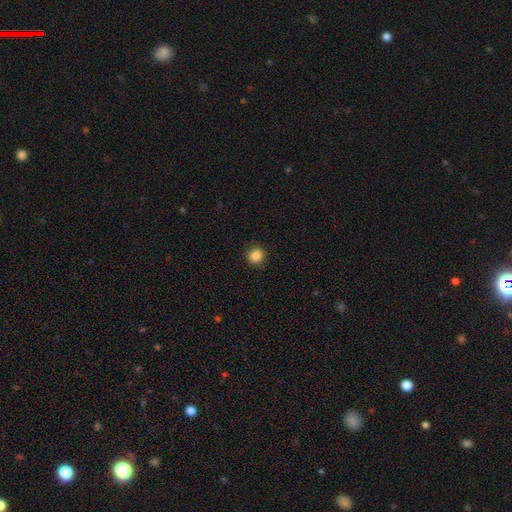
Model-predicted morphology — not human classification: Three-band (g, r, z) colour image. It shows a smooth galaxy with no disk features (86%) that is round (89%). Merging: none (91%).